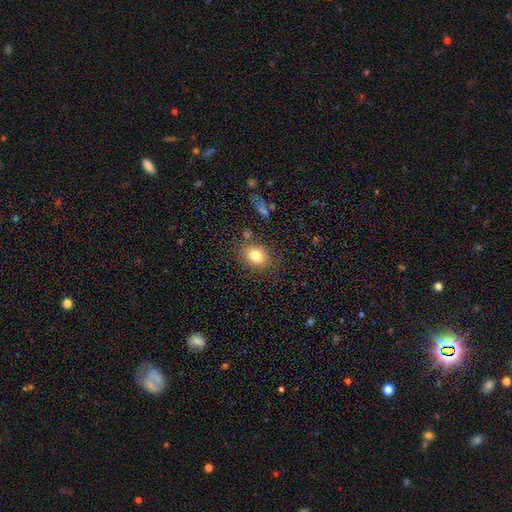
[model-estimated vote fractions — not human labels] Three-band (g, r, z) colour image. It shows a smooth galaxy with no disk features (79%) that is in between round and cigar-shaped (55%). Merging: none (79%).